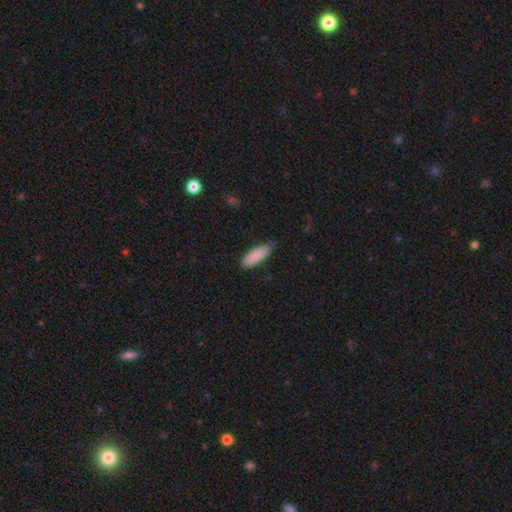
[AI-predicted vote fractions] Smooth or featured? smooth (88%)
How rounded? in between (65%)
Merging? none (70%)